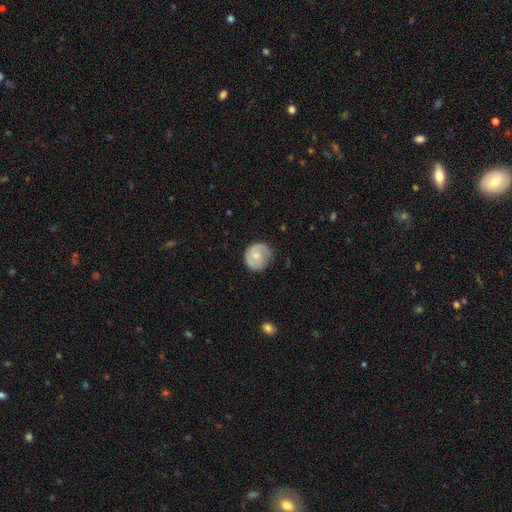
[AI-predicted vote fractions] This appears to be a featured or disk galaxy (47%, tied with smooth). Merging: none (66%).